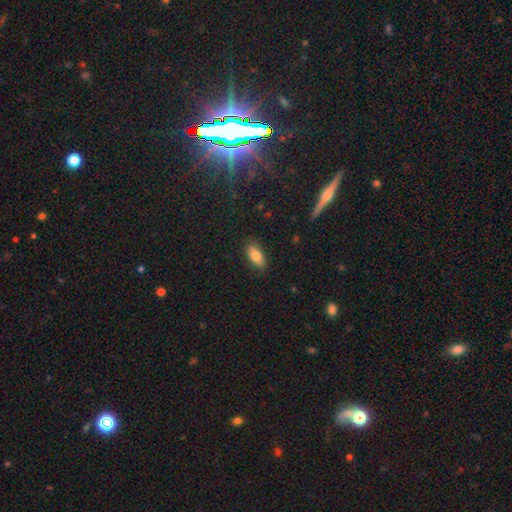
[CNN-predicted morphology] A smooth galaxy with no disk features (79%) that is in between round and cigar-shaped (86%). Merging: none (85%).